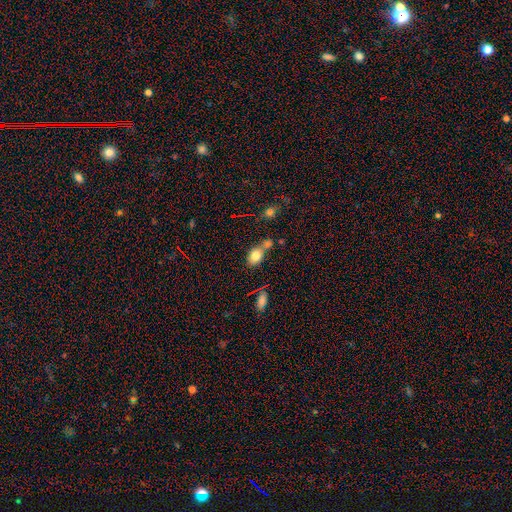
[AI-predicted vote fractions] Smooth or featured?
  - smooth: 79% *
  - featured or disk: 11%
  - star or artifact: 10%
How rounded?
  - in between: 68% *
  - round: 30%
  - cigar-shaped: 3%
Merging?
  - none: 41% *
  - merger: 40%
  - minor disturbance: 13%
  - major disturbance: 6%